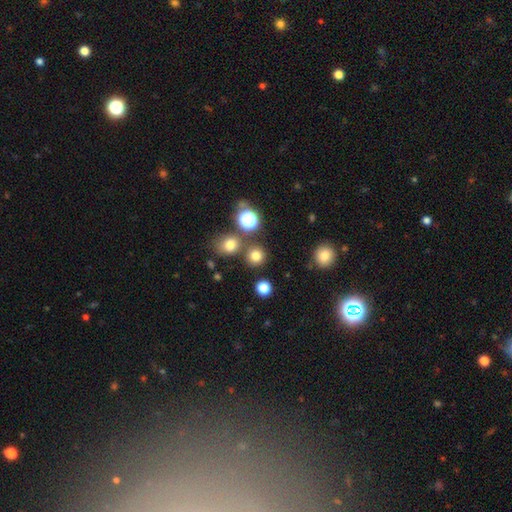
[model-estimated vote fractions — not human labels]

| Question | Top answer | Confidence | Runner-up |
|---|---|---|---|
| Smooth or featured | smooth | 75% | star or artifact (19%) |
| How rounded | round | 90% | in between (10%) |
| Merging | none | 77% | merger (12%) |